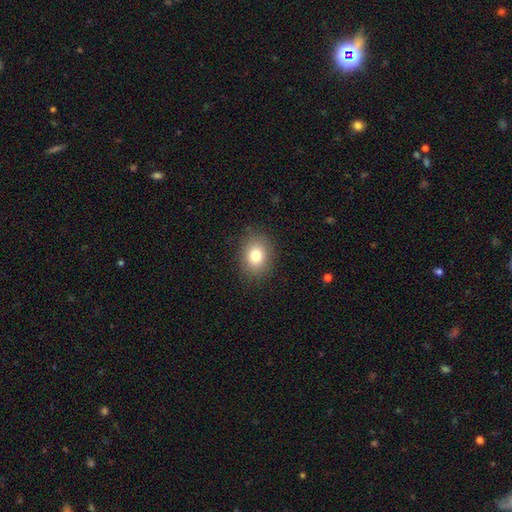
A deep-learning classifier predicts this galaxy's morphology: A smooth galaxy with no disk features (80%) that is in between round and cigar-shaped (57%). Merging: none (86%).